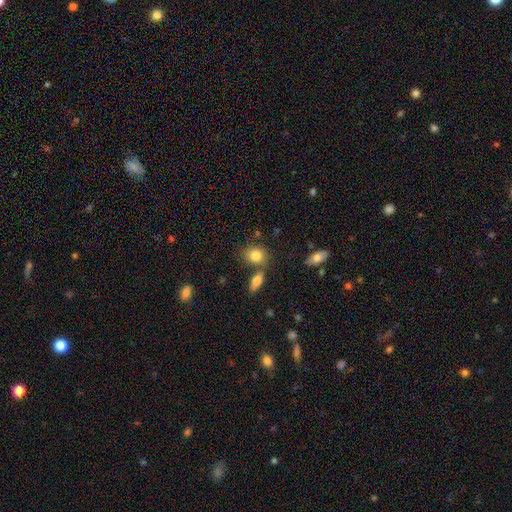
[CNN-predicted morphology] The model was most divided on "how rounded": in between: 53%, round: 45%, cigar-shaped: 2%. More confident: smooth or featured — smooth (84%); merging — none (60%).